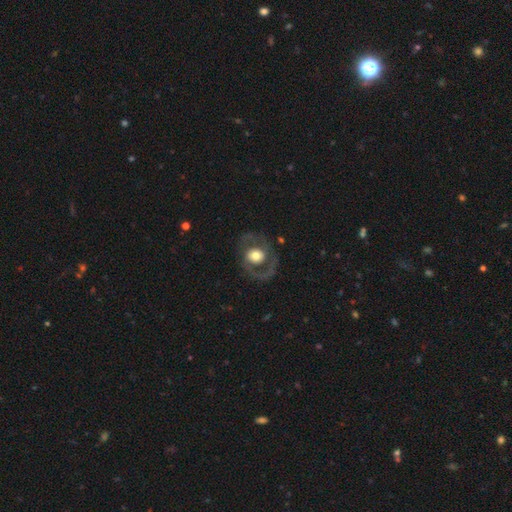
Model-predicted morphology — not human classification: The model was most divided on "bulge size": moderate: 52%, large: 37%, small: 6%, dominant: 4%, none: 1%. More confident: edge-on disk — no (97%); bar — no (73%); merging — none (71%); smooth or featured — featured or disk (66%); spiral arms — yes (62%).